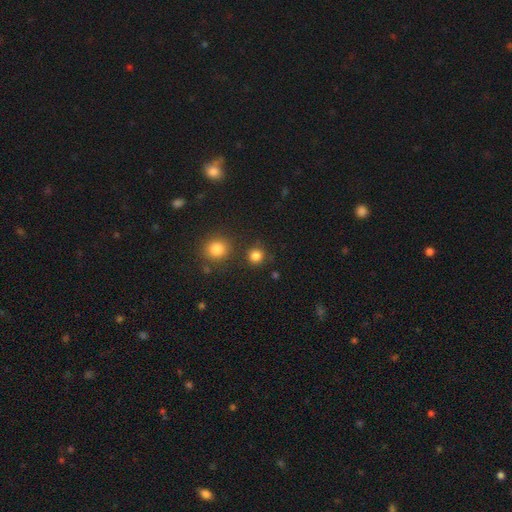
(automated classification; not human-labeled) Smooth or featured? smooth (82%)
How rounded? round (91%)
Merging? none (83%)